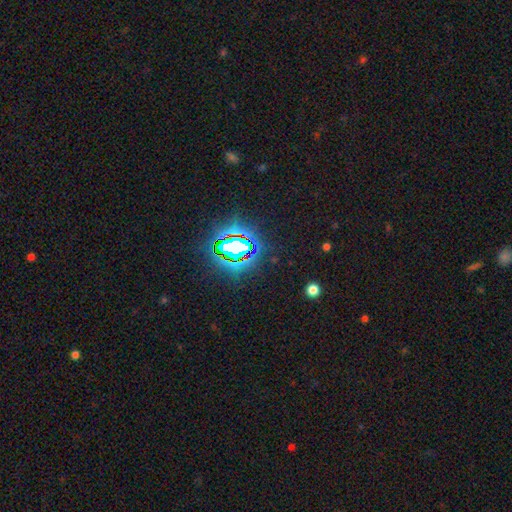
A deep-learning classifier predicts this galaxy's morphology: Smooth or featured? star or artifact (81%)